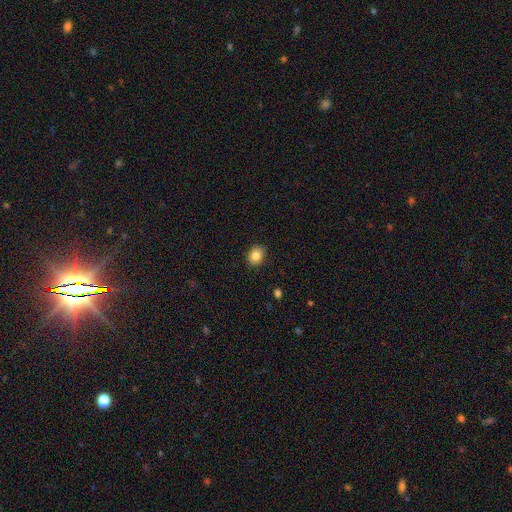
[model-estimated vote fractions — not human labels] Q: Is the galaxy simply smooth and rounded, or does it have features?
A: smooth — 85%.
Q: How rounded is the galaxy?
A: round — 52%.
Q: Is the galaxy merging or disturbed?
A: none — 87%.